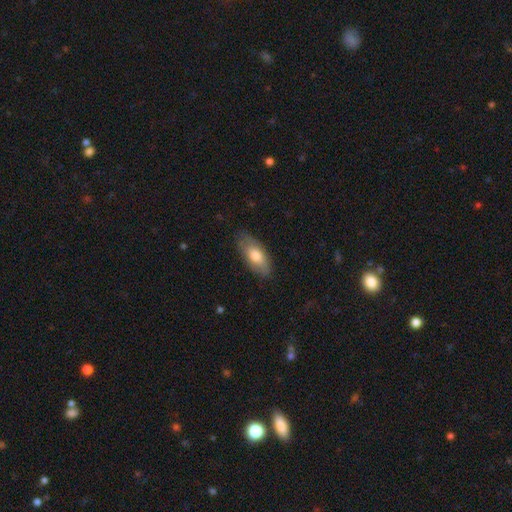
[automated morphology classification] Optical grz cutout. It shows a smooth galaxy with no disk features (73%) that is in between round and cigar-shaped (87%). Merging: none (78%).